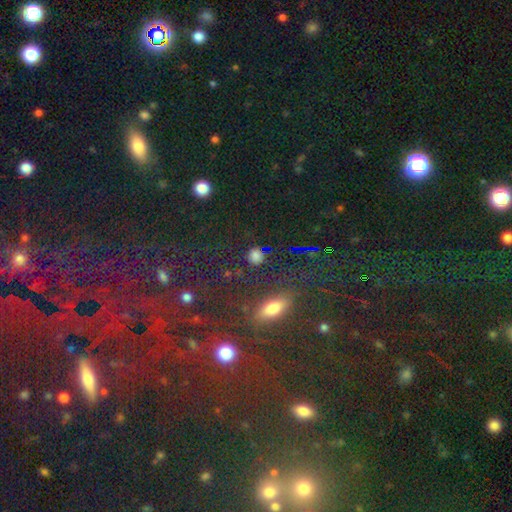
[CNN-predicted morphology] type=smooth (60%); roundness=round (75%); merging=none (84%).